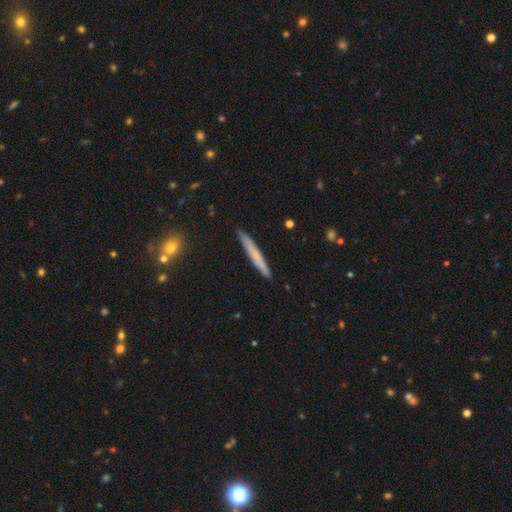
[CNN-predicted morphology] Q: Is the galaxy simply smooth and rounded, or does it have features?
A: smooth — 63%.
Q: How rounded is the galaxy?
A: cigar-shaped — 97%.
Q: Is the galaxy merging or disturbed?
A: none — 91%.